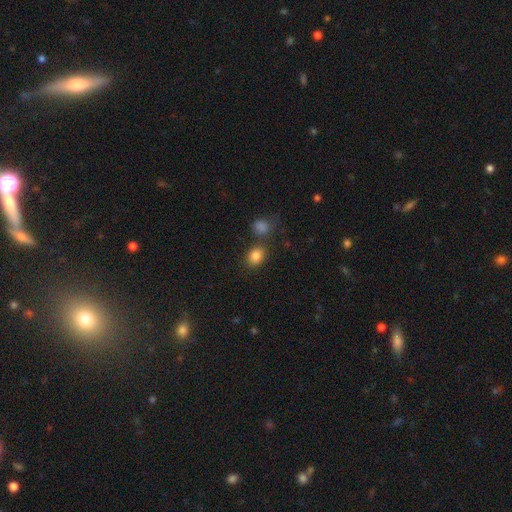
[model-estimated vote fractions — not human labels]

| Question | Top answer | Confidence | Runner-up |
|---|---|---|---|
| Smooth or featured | smooth | 85% | star or artifact (10%) |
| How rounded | in between | 58% | round (41%) |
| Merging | none | 68% | merger (15%) |